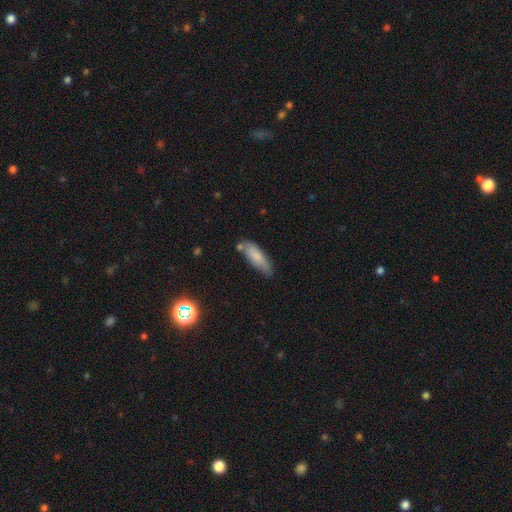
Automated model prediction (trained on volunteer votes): Overall: smooth (80%). How rounded: in between (53%; cigar-shaped 45%). Merging: none (68%).